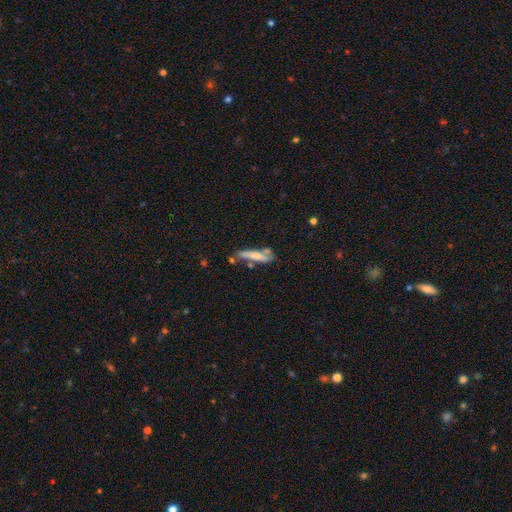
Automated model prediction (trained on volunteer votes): This appears to be a smooth galaxy with no disk features (61%) that is cigar-shaped (79%). Merging: none (48%).